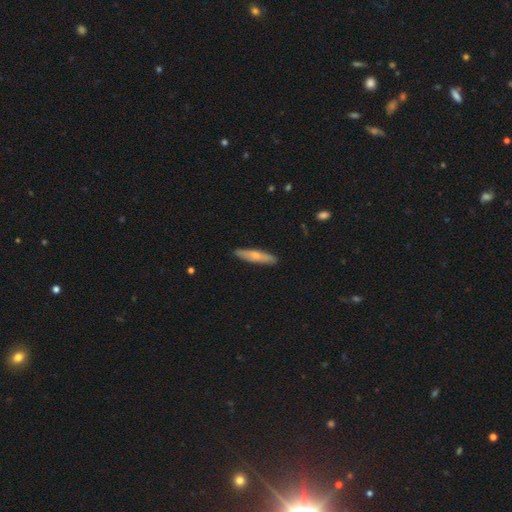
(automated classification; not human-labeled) This appears to be a smooth galaxy with no disk features (60%) that is cigar-shaped (83%). Merging: none (89%).